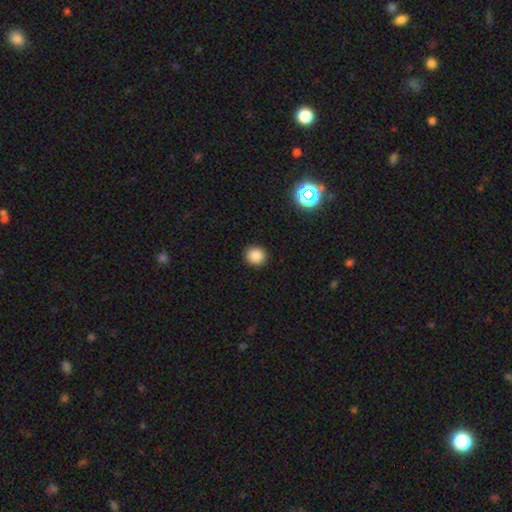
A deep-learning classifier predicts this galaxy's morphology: This is clearly a smooth galaxy (86%). How rounded: clearly round (89%). Merging: clearly none (92%).